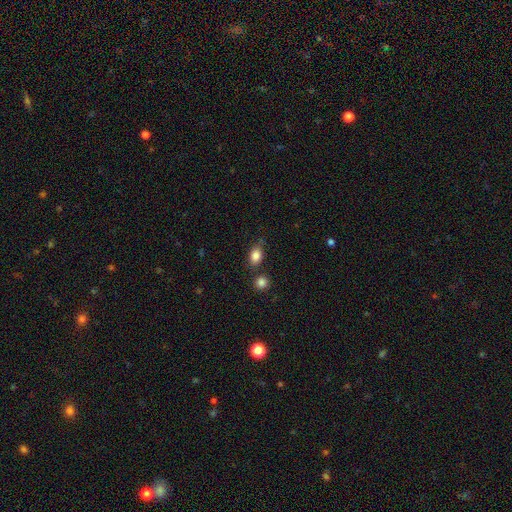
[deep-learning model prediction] Smooth or featured: smooth — 85% (star or artifact — 9%)
How rounded: in between — 77% (round — 21%)
Merging: none — 73% (minor disturbance — 14%)